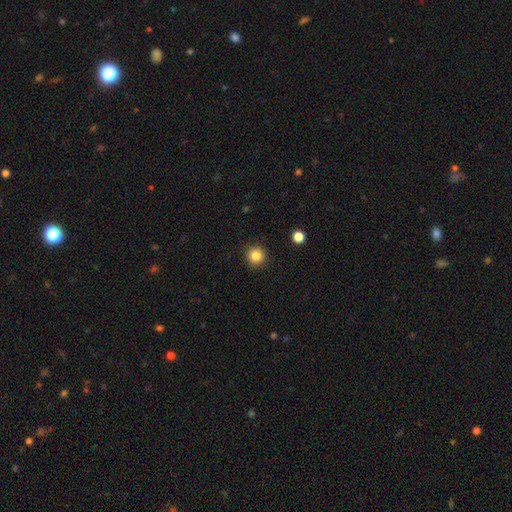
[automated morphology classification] Q: Smooth or featured?
A: smooth (85%); runner-up: star or artifact (11%)
Q: How rounded?
A: round (94%); runner-up: in between (5%)
Q: Merging?
A: none (90%); runner-up: minor disturbance (7%)